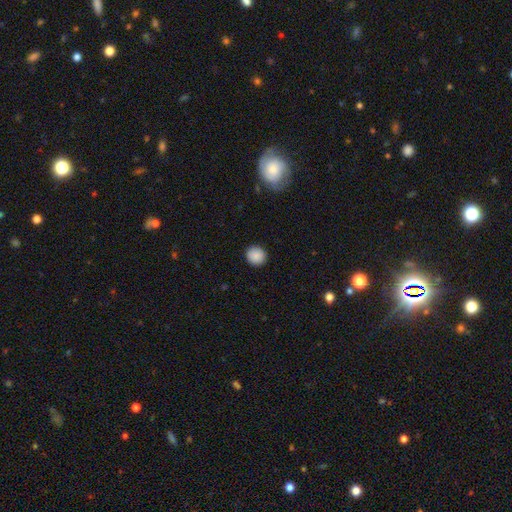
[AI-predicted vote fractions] Smooth or featured: smooth — 88% (star or artifact — 8%)
How rounded: round — 91% (in between — 8%)
Merging: none — 92% (minor disturbance — 6%)